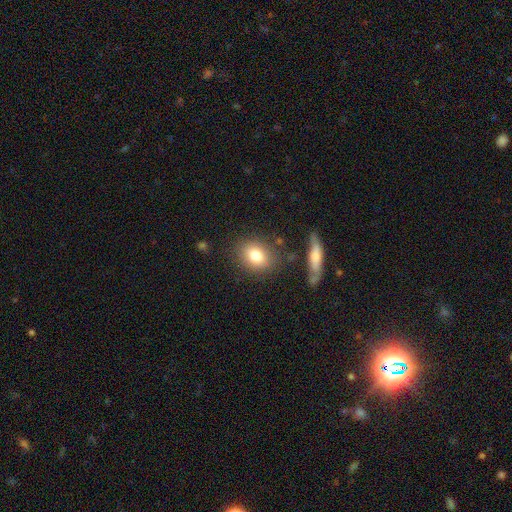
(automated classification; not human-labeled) Smooth or featured? smooth (80%)
How rounded? in between (50%)
Merging? none (81%)